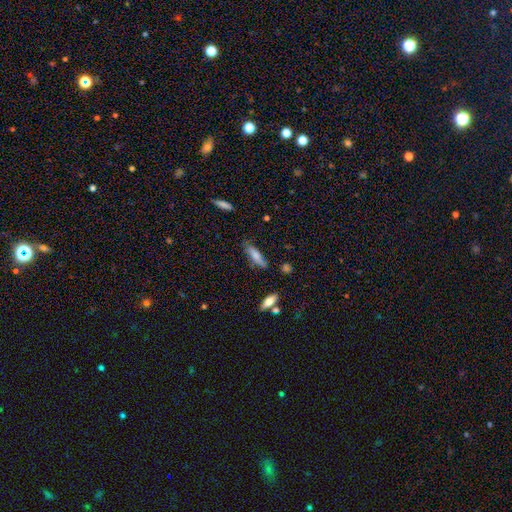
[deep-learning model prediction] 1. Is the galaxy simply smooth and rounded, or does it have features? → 71% smooth, 21% featured or disk, 7% star or artifact.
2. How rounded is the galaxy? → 63% cigar-shaped, 35% in between, 2% round.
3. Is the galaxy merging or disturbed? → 69% none, 23% minor disturbance, 5% major disturbance, 3% merger.